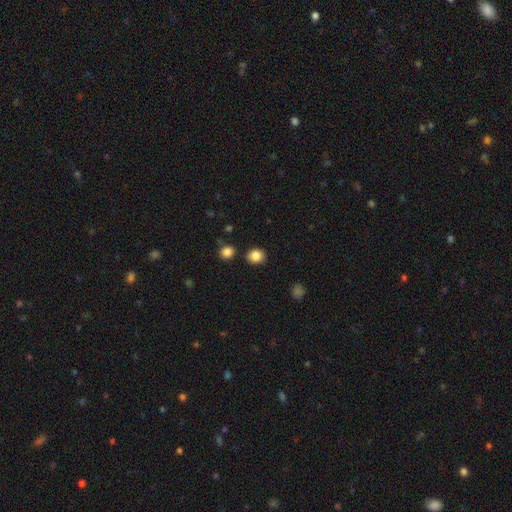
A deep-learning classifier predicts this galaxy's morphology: Smooth or featured: smooth — 85% (star or artifact — 10%)
How rounded: round — 76% (in between — 23%)
Merging: none — 86% (minor disturbance — 8%)